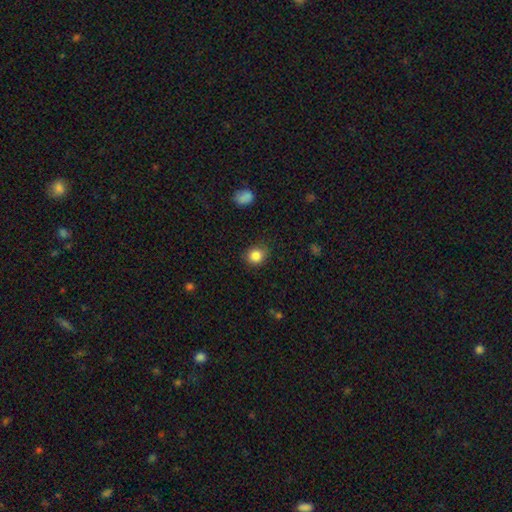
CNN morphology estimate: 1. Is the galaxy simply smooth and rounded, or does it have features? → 86% smooth, 10% star or artifact, 4% featured or disk.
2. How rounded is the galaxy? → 76% round, 23% in between, 1% cigar-shaped.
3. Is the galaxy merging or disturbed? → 82% none, 14% minor disturbance, 3% major disturbance, 1% merger.